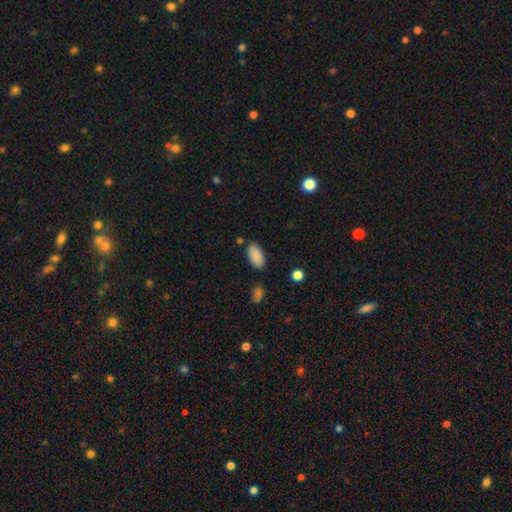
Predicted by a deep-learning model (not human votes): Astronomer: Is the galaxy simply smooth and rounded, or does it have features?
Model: smooth — 88%.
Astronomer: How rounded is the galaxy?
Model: in between — 93%.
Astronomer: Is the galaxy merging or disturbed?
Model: none — 79%.